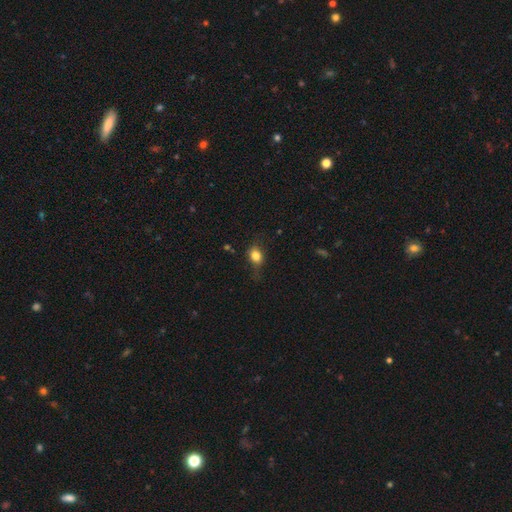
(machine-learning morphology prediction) smooth 78%, featured or disk 12%, star or artifact 10%. Down the decision tree: how rounded — in between (51%); merging — none (59%).